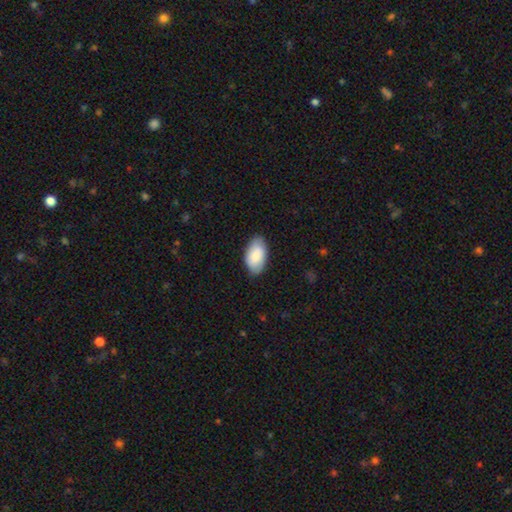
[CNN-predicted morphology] type=smooth (87%); roundness=in between (96%); merging=none (83%).